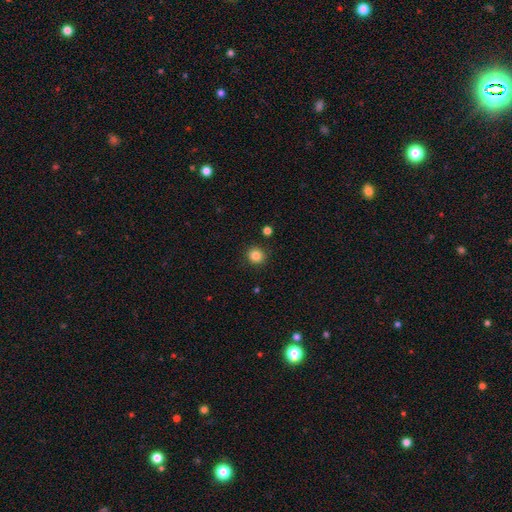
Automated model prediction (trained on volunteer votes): The model was most divided on "smooth or featured": smooth: 84%, star or artifact: 12%, featured or disk: 4%. More confident: how rounded — round (92%); merging — none (90%).